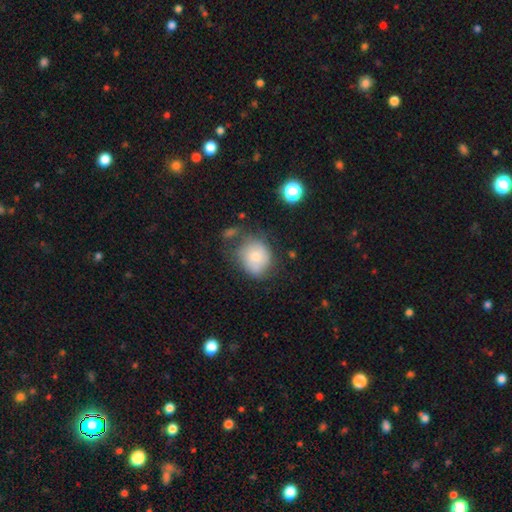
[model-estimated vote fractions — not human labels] smooth 73%, featured or disk 19%, star or artifact 8%. Down the decision tree: how rounded — round (68%); merging — none (47%).